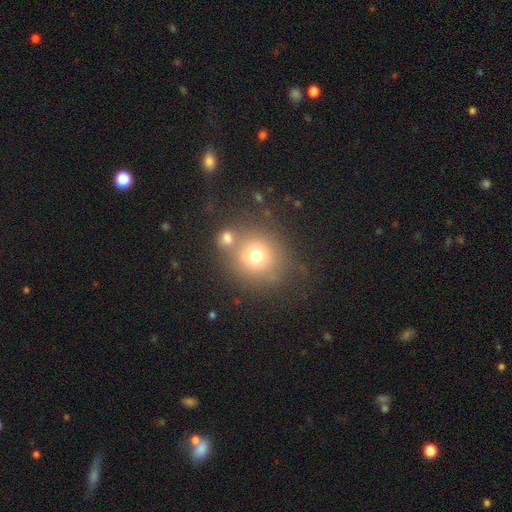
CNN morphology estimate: Overall: smooth (70%). How rounded: round (90%). Merging: none (64%).